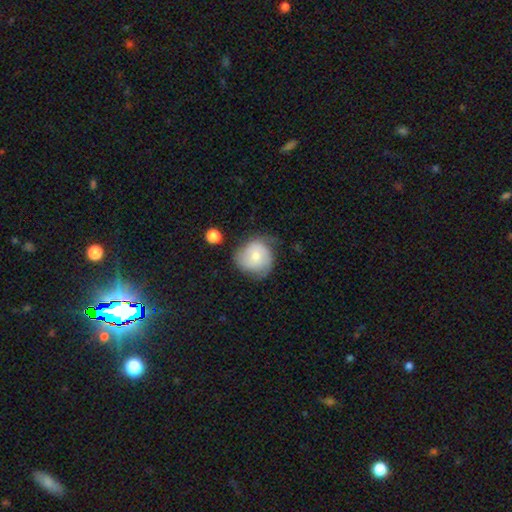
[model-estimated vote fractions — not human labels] Overall: smooth (56%; featured or disk 37%). How rounded: round (84%). Merging: none (51%; minor disturbance 33%).